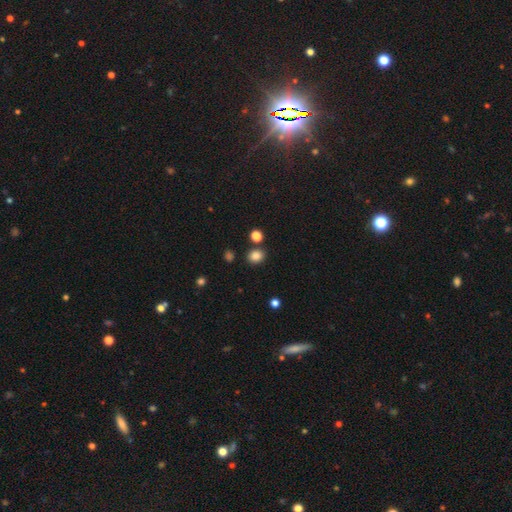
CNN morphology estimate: A smooth galaxy with no disk features (84%) that is round (56%).

Vote fractions:
- Smooth or featured? smooth: 84% / star or artifact: 11% / featured or disk: 4%
- How rounded? round: 56% / in between: 44% / cigar-shaped: 1%
- Merging? none: 82% / minor disturbance: 9% / merger: 6% / major disturbance: 3%